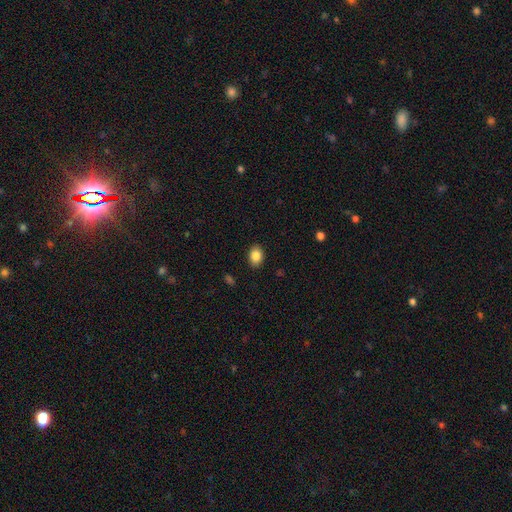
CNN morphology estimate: Q: Smooth or featured?
A: smooth (86%); runner-up: star or artifact (9%)
Q: How rounded?
A: in between (72%); runner-up: round (27%)
Q: Merging?
A: none (88%); runner-up: minor disturbance (9%)